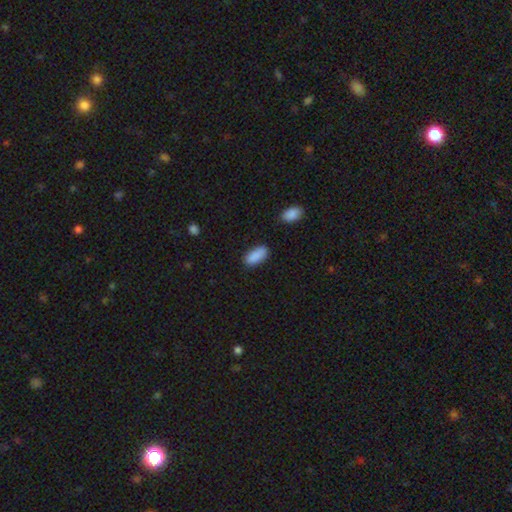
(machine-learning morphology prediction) Smooth or featured? smooth (90%)
How rounded? in between (89%)
Merging? none (83%)